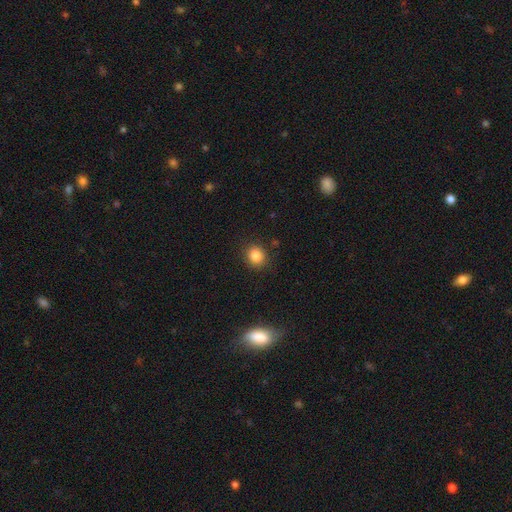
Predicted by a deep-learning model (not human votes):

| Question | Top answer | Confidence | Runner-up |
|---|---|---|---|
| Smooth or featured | smooth | 84% | star or artifact (11%) |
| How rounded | round | 79% | in between (20%) |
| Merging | none | 88% | minor disturbance (8%) |